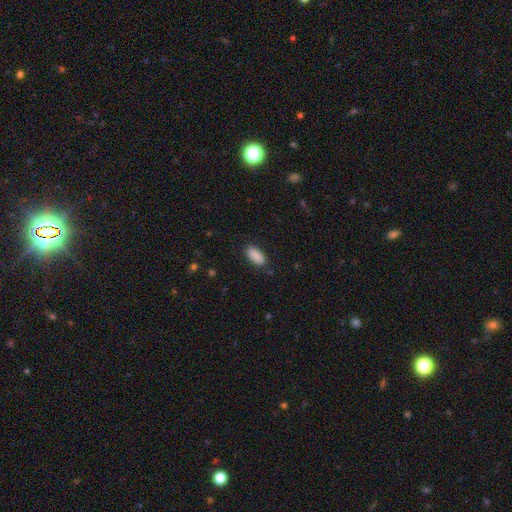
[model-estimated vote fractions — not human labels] smooth-or-featured: smooth: 90% | star or artifact: 7% | featured or disk: 3%
  how-rounded: in between: 88% | cigar-shaped: 10% | round: 2%
  merging: none: 88% | minor disturbance: 9% | major disturbance: 2% | merger: 1%